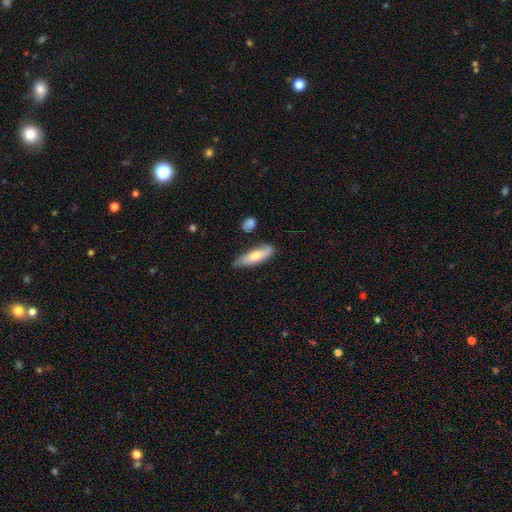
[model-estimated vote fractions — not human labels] Q: Smooth or featured?
A: smooth (69%); runner-up: featured or disk (25%)
Q: How rounded?
A: cigar-shaped (52%); runner-up: in between (46%)
Q: Merging?
A: none (69%); runner-up: minor disturbance (22%)